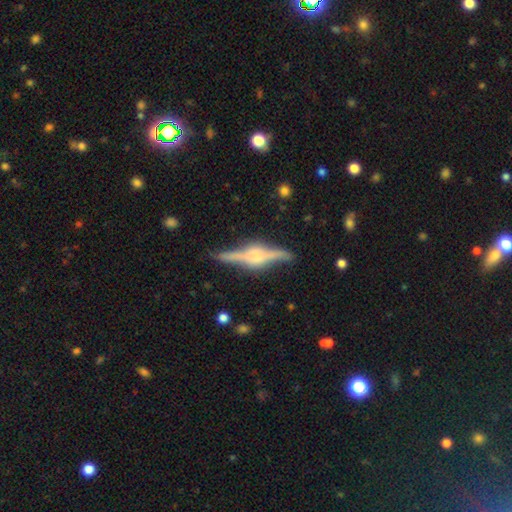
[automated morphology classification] Overall: featured or disk (83%). Edge-on disk: yes (97%). Edge-on bulge: rounded (82%). Merging: none (85%).